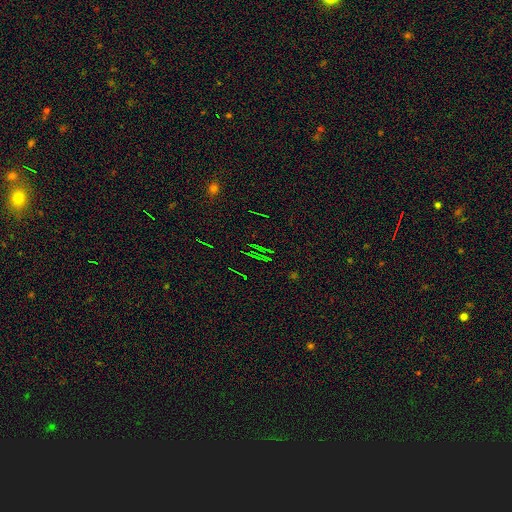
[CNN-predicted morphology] smooth_or_featured: star or artifact (p=0.76) [alt: smooth p=0.13]